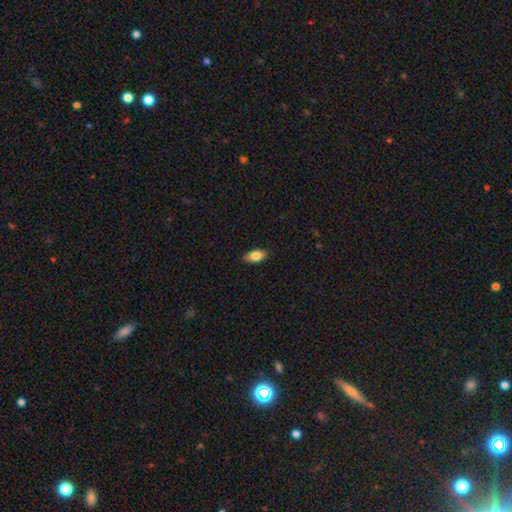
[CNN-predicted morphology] Smooth or featured?
  - smooth: 85% *
  - featured or disk: 8%
  - star or artifact: 7%
How rounded?
  - in between: 91% *
  - cigar-shaped: 5%
  - round: 3%
Merging?
  - none: 87% *
  - minor disturbance: 11%
  - major disturbance: 2%
  - merger: 1%